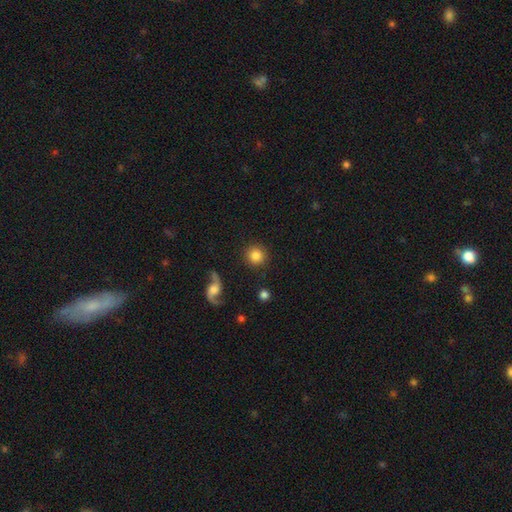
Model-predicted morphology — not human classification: Smooth or featured: smooth — 82% (featured or disk — 10%)
How rounded: round — 95% (in between — 4%)
Merging: none — 89% (minor disturbance — 6%)